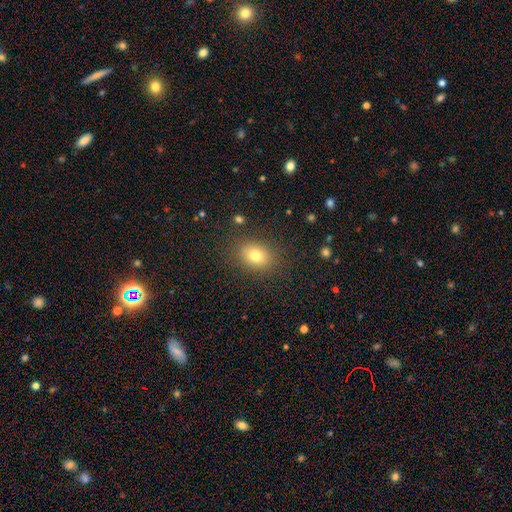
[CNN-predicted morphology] A smooth galaxy with no disk features (78%) that is in between round and cigar-shaped (67%).

Vote fractions:
- Smooth or featured? smooth: 78% / star or artifact: 12% / featured or disk: 10%
- How rounded? in between: 67% / round: 31% / cigar-shaped: 1%
- Merging? none: 86% / minor disturbance: 10% / major disturbance: 3% / merger: 1%